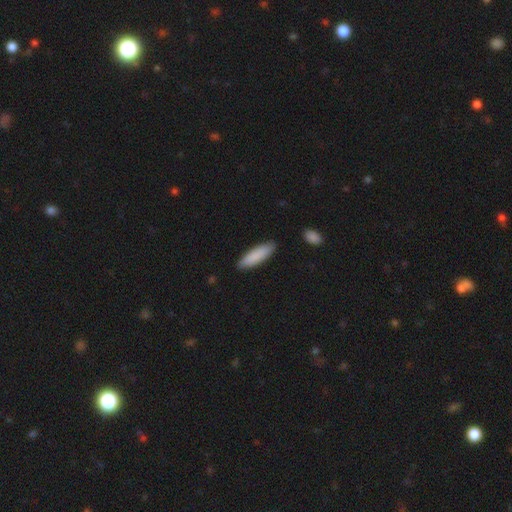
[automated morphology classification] Smooth or featured? Predicted: smooth (p=0.87). How rounded? Predicted: cigar-shaped (p=0.55). Merging? Predicted: none (p=0.86).